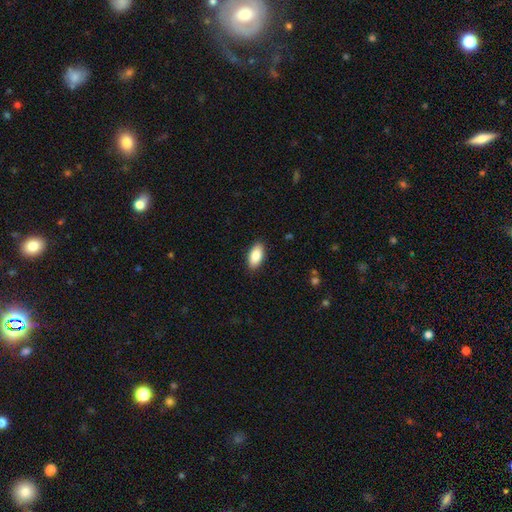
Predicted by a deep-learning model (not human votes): Smooth or featured? smooth (89%)
How rounded? in between (92%)
Merging? none (88%)